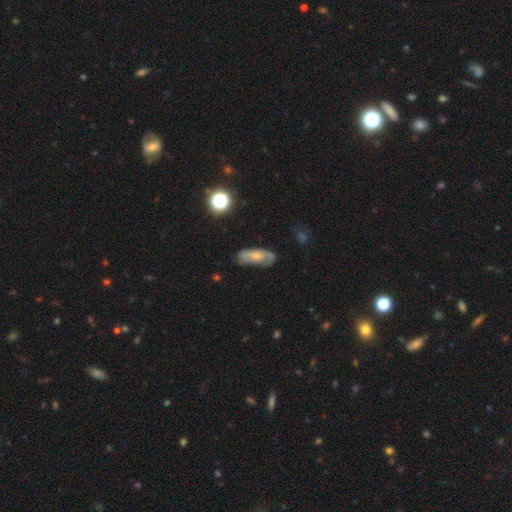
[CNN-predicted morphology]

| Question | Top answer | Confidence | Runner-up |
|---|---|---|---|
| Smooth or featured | featured or disk | 50% | smooth (41%) |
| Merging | none | 56% | minor disturbance (28%) |